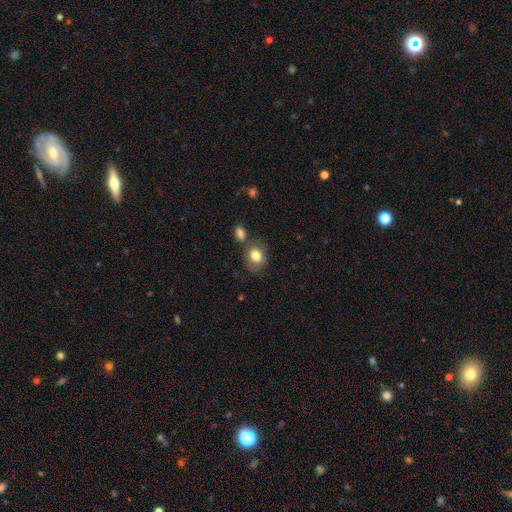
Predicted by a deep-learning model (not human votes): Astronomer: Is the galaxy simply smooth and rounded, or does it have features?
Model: smooth — 80%.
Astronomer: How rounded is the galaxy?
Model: round — 50% (runner-up: in between, 49%).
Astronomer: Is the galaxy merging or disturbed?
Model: none — 60%.